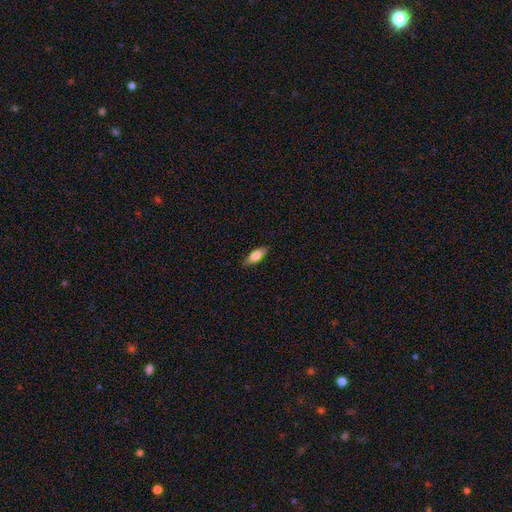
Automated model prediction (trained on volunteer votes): smooth-or-featured: smooth: 77% | featured or disk: 16% | star or artifact: 6%
  how-rounded: in between: 72% | cigar-shaped: 26% | round: 2%
  merging: none: 85% | minor disturbance: 12% | major disturbance: 2% | merger: 1%